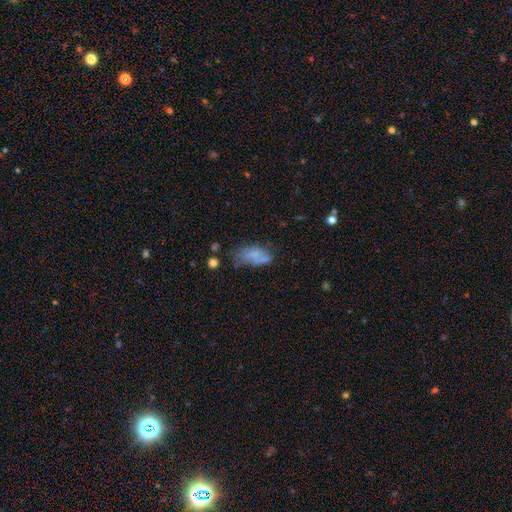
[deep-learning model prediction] A smooth galaxy with no disk features (57%) that is in between round and cigar-shaped (89%).

Vote fractions:
- Smooth or featured? smooth: 57% / featured or disk: 31% / star or artifact: 12%
- How rounded? in between: 89% / cigar-shaped: 6% / round: 5%
- Merging? none: 38% / minor disturbance: 29% / major disturbance: 23% / merger: 10%